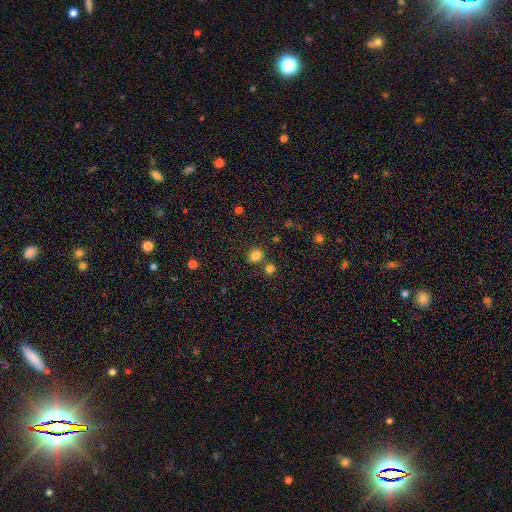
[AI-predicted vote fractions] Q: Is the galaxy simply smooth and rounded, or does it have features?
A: smooth — 82%.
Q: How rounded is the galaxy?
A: round — 62%.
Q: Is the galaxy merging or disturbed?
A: none — 70%.